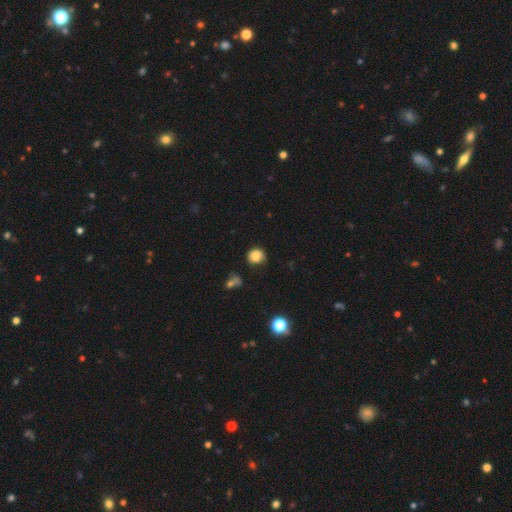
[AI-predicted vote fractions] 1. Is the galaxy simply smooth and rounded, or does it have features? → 83% smooth, 11% star or artifact, 6% featured or disk.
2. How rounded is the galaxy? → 78% round, 21% in between, 1% cigar-shaped.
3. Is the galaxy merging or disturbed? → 66% none, 23% minor disturbance, 6% major disturbance, 5% merger.